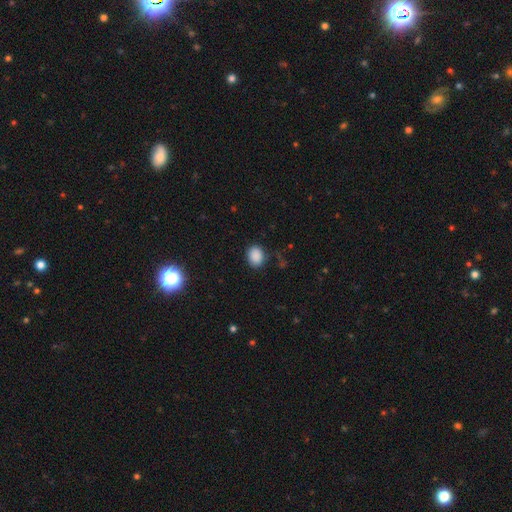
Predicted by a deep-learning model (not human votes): Q: Smooth or featured?
A: smooth (87%); runner-up: star or artifact (9%)
Q: How rounded?
A: in between (53%); runner-up: round (46%)
Q: Merging?
A: none (81%); runner-up: minor disturbance (13%)